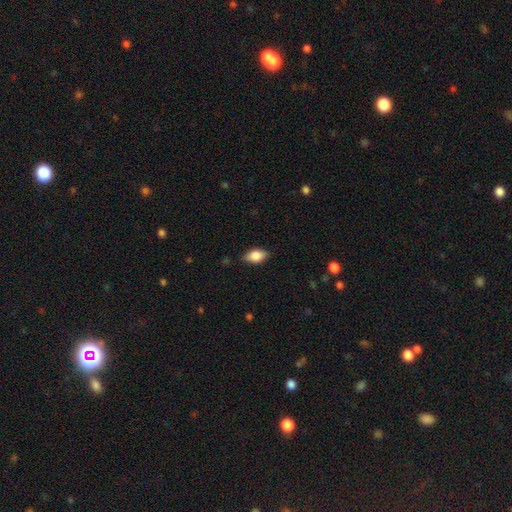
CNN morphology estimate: Smooth or featured? Predicted: smooth (p=0.79). How rounded? Predicted: in between (p=0.89). Merging? Predicted: none (p=0.82).